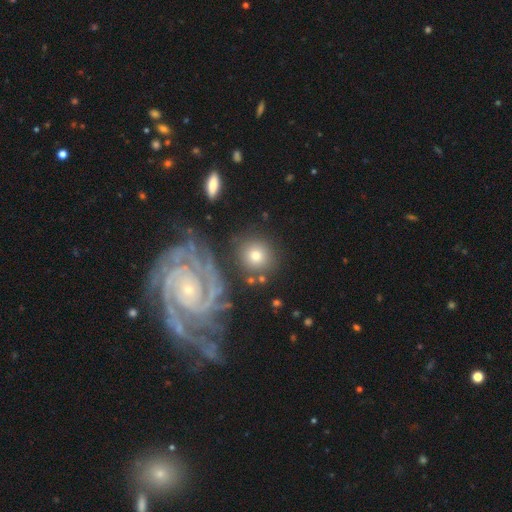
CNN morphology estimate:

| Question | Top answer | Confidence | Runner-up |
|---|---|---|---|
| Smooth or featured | smooth | 55% | featured or disk (36%) |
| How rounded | round | 86% | in between (12%) |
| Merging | none | 79% | minor disturbance (10%) |